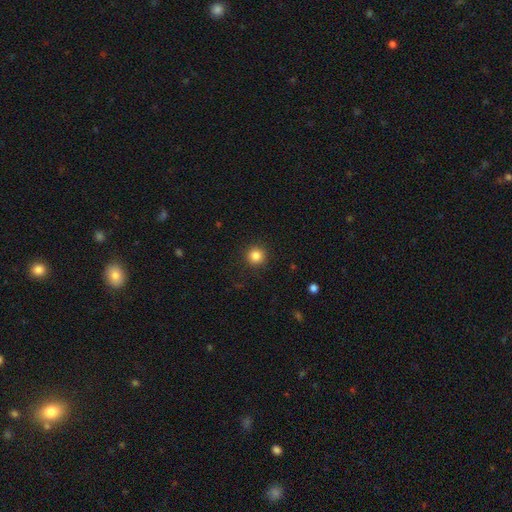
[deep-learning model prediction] Smooth or featured?
  - smooth: 84% *
  - star or artifact: 12%
  - featured or disk: 4%
How rounded?
  - round: 95% *
  - in between: 4%
  - cigar-shaped: 1%
Merging?
  - none: 91% *
  - minor disturbance: 5%
  - major disturbance: 2%
  - merger: 1%